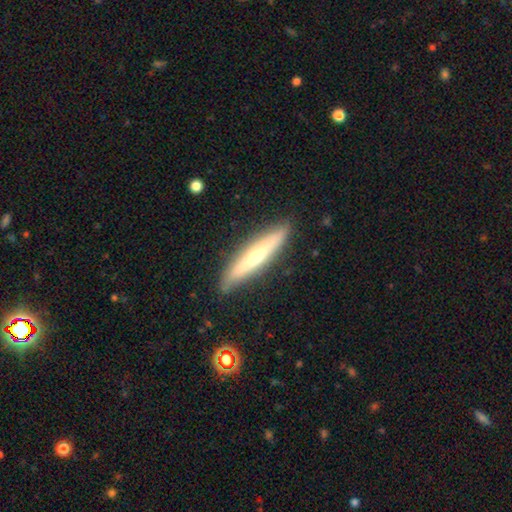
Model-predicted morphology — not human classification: This appears to be a featured or disk galaxy (52%) viewed edge-on (90%). Merging: none (88%).